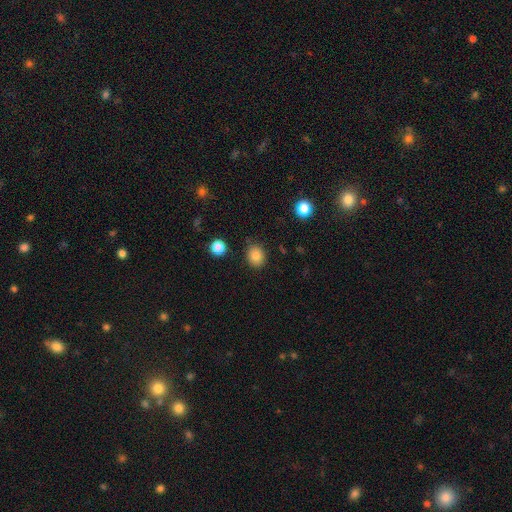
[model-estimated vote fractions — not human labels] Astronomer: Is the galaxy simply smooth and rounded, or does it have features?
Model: smooth — 83%.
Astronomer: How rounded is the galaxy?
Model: round — 69%.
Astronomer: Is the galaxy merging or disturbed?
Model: none — 85%.